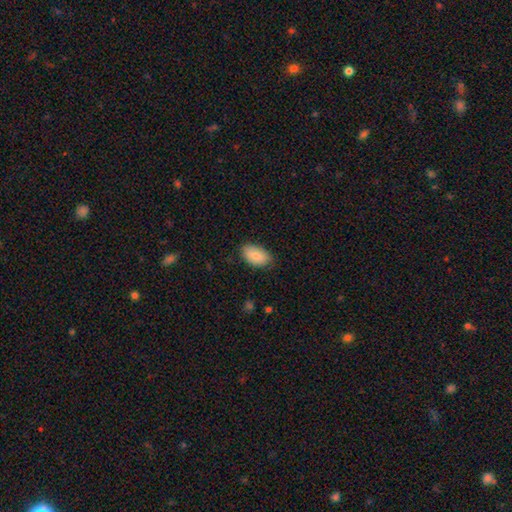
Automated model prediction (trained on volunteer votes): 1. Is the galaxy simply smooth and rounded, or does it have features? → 86% smooth, 7% featured or disk, 6% star or artifact.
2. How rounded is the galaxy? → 94% in between, 5% round, 2% cigar-shaped.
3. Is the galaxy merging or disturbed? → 81% none, 16% minor disturbance, 3% major disturbance, 1% merger.